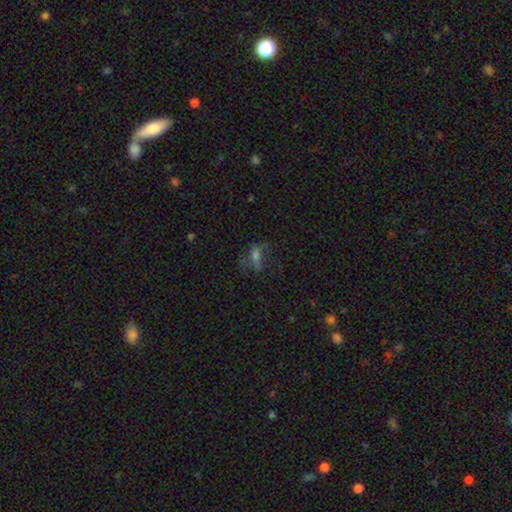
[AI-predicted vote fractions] A smooth galaxy with no disk features (41%). Merging: none (50%).